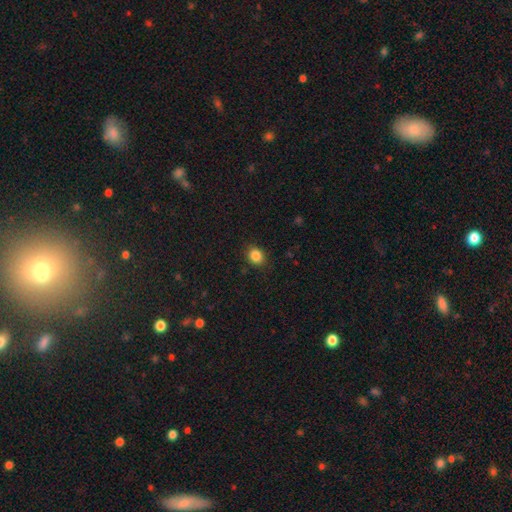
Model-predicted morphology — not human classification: This appears to be a smooth galaxy with no disk features (86%) that is round (64%). Merging: none (87%).